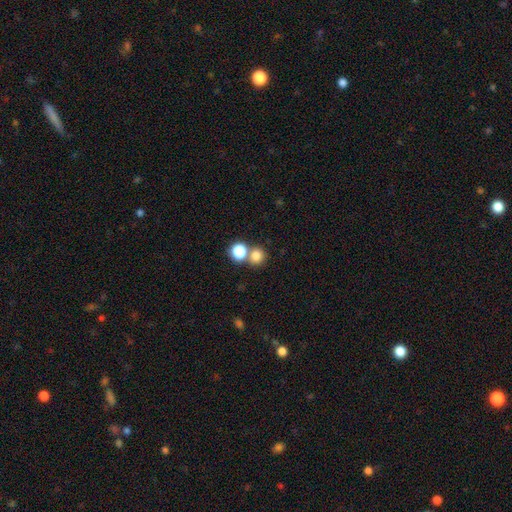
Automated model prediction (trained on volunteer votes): This is likely a smooth galaxy (79%). How rounded: clearly round (88%). Merging: possibly none (57%).